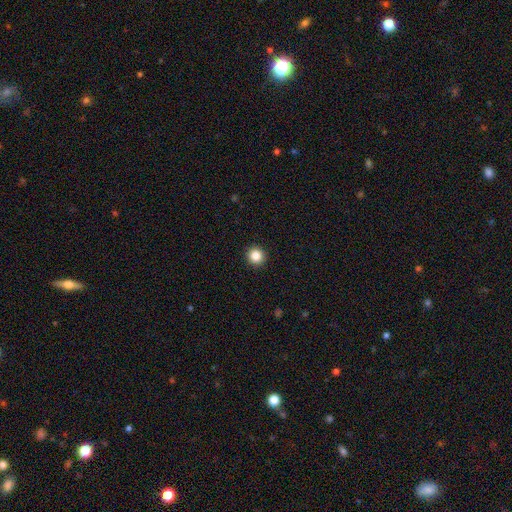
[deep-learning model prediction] Morphology: type=smooth (85%); roundness=round (95%); merging=none (93%).